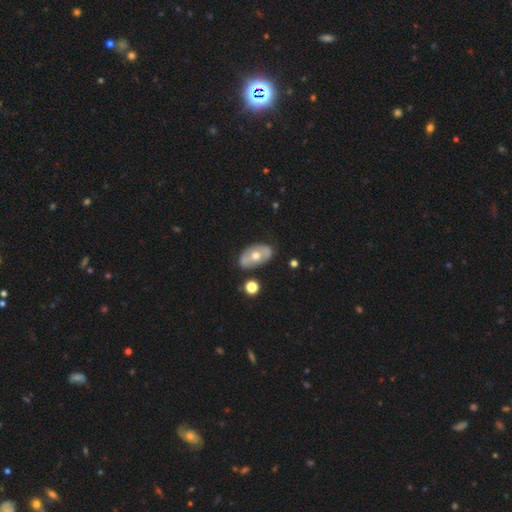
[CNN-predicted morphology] Q: Smooth or featured?
A: featured or disk (50%); runner-up: smooth (42%)
Q: Edge-on disk?
A: no (89%); runner-up: yes (11%)
Q: Merging?
A: none (76%); runner-up: minor disturbance (16%)